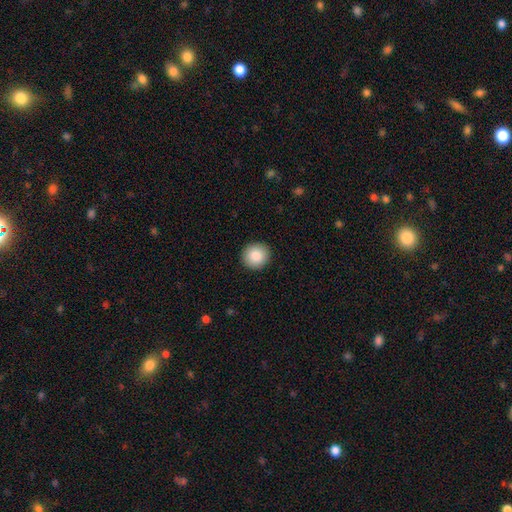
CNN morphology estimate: smooth-or-featured: smooth: 87% | star or artifact: 8% | featured or disk: 5%
  how-rounded: round: 92% | in between: 7% | cigar-shaped: 1%
  merging: none: 92% | minor disturbance: 5% | major disturbance: 2% | merger: 1%